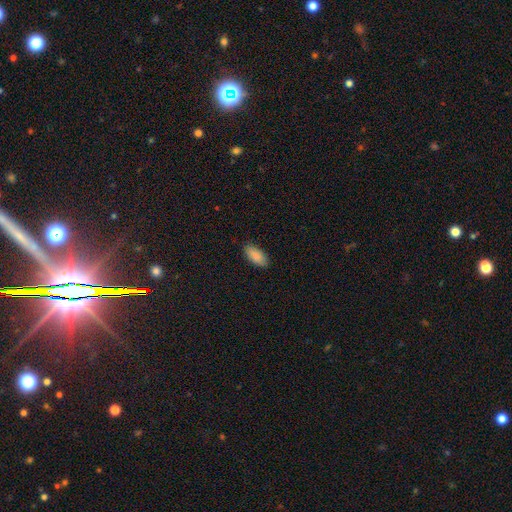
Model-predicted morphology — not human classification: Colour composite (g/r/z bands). It shows a smooth galaxy with no disk features (89%) that is in between round and cigar-shaped (91%). Merging: none (87%).